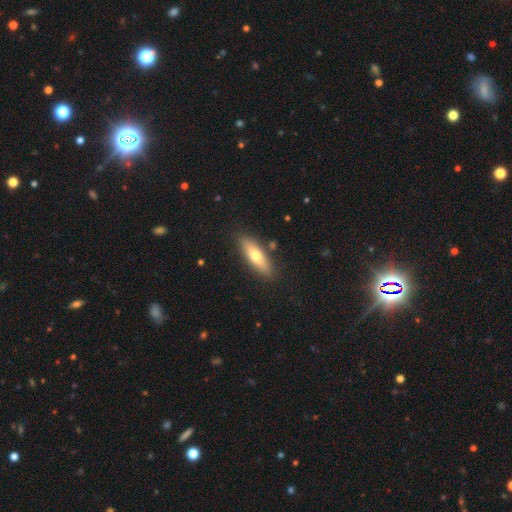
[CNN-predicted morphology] The model was most divided on "how rounded": in between: 51%, cigar-shaped: 46%, round: 3%. More confident: merging — none (85%); smooth or featured — smooth (65%).